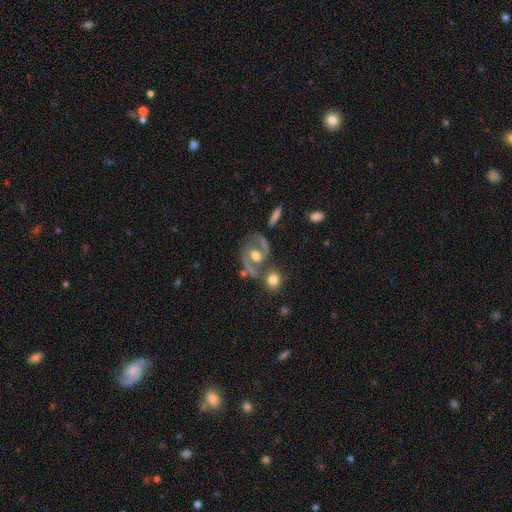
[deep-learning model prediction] A featured or disk galaxy (75%) with no bar (56%), 2 (86%) medium (54%) spiral arms (83%) and a moderate central bulge (67%). Merging: none (53%).